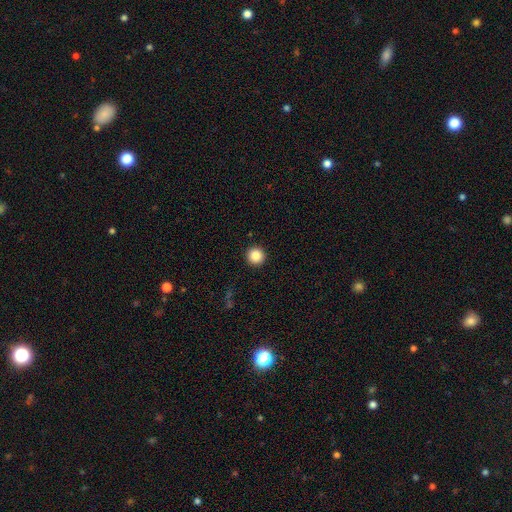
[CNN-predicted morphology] A smooth galaxy with no disk features (85%) that is round (96%). Merging: none (93%).